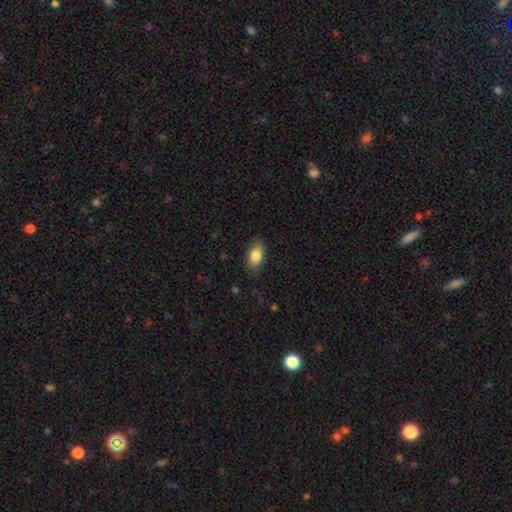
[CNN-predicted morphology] Overall: smooth (86%). How rounded: in between (92%). Merging: none (84%).